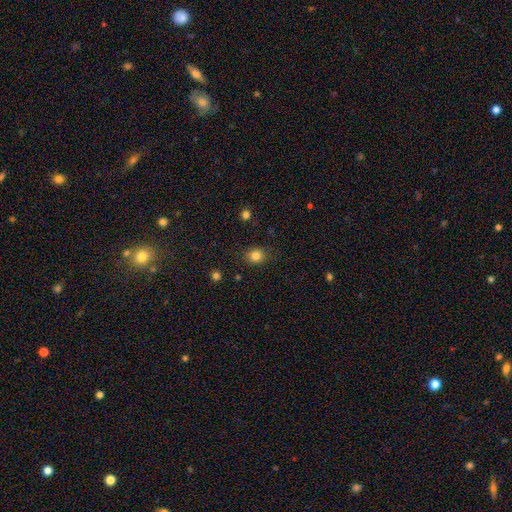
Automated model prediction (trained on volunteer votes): Smooth or featured? Predicted: smooth (p=0.83). How rounded? Predicted: round (p=0.67). Merging? Predicted: none (p=0.84).